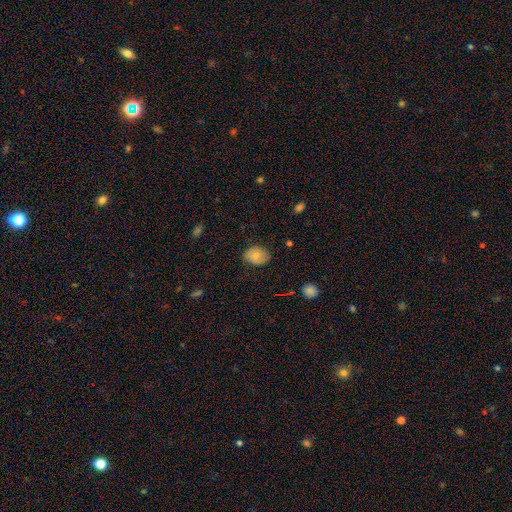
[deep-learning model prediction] smooth 70%, featured or disk 22%, star or artifact 9%. Down the decision tree: how rounded — in between (65%); merging — none (78%).